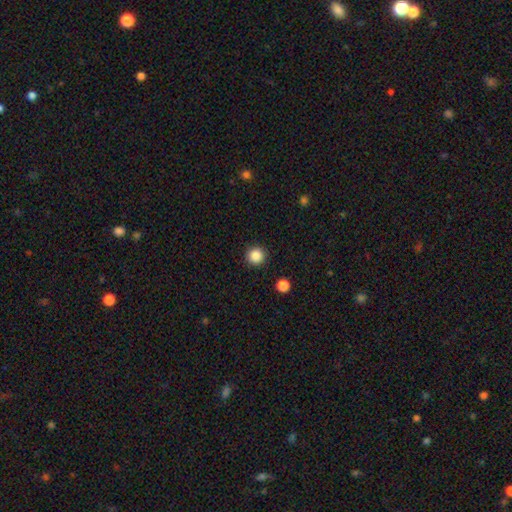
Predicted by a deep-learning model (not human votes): Smooth or featured: smooth — 87% (star or artifact — 10%)
How rounded: round — 95% (in between — 4%)
Merging: none — 92% (minor disturbance — 5%)